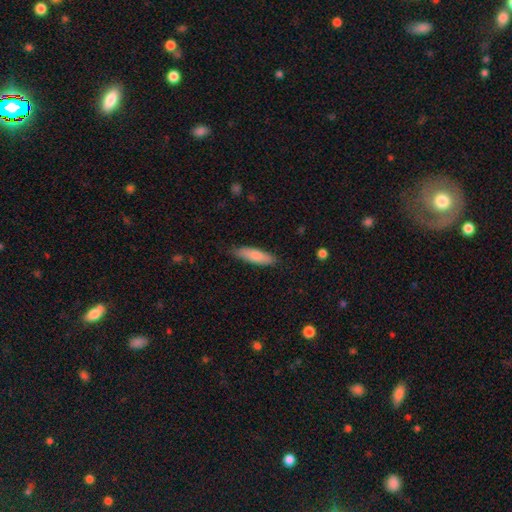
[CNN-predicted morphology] A smooth galaxy with no disk features (81%) that is cigar-shaped (57%).

Vote fractions:
- Smooth or featured? smooth: 81% / featured or disk: 13% / star or artifact: 5%
- How rounded? cigar-shaped: 57% / in between: 42% / round: 2%
- Merging? none: 81% / minor disturbance: 15% / major disturbance: 3% / merger: 1%